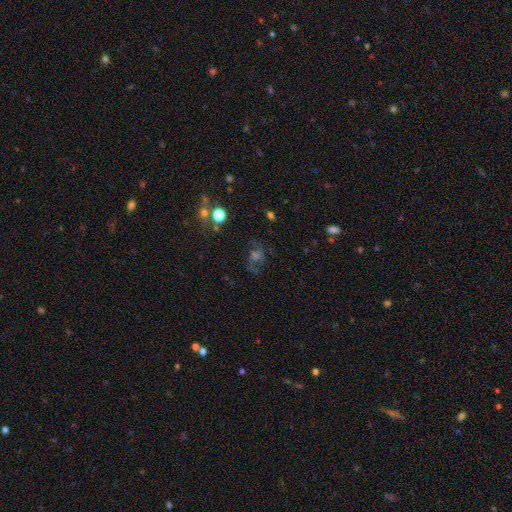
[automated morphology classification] Q: Smooth or featured?
A: featured or disk (45%); runner-up: star or artifact (32%)
Q: Merging?
A: none (66%); runner-up: minor disturbance (16%)